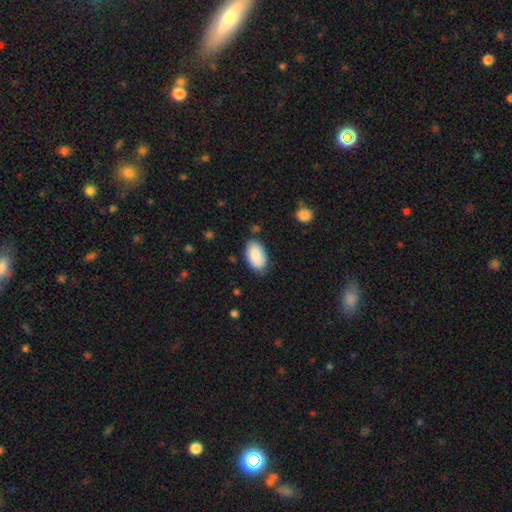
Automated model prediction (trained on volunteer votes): Morphology: type=smooth (87%); roundness=in between (94%); merging=none (79%).